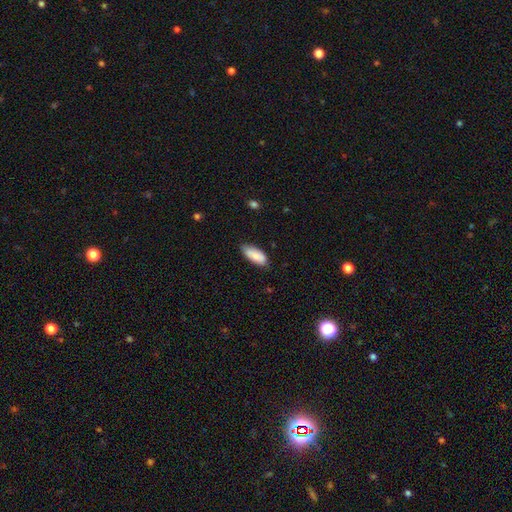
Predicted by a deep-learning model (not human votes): The model was most divided on "merging": none: 77%, minor disturbance: 19%, major disturbance: 3%, merger: 1%. More confident: how rounded — in between (85%); smooth or featured — smooth (83%).